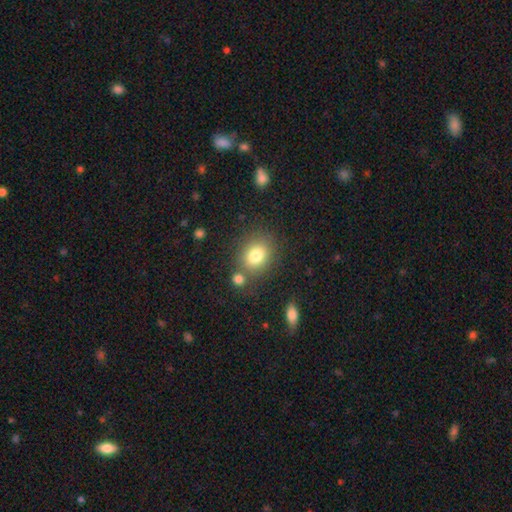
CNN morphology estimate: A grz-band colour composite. It shows a smooth galaxy with no disk features (80%) that is round (59%). Merging: none (72%).